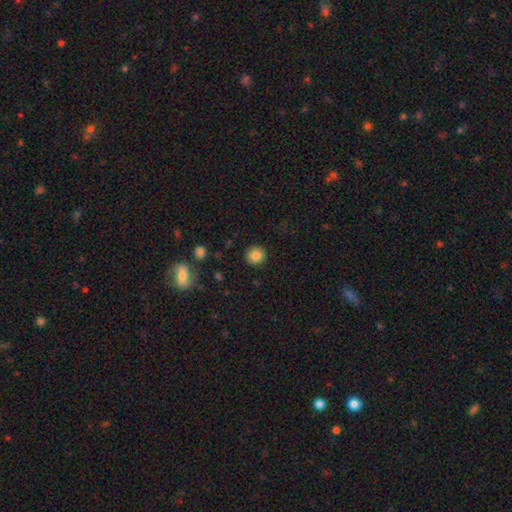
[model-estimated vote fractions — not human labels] Overall: smooth (85%). How rounded: round (93%). Merging: none (91%).